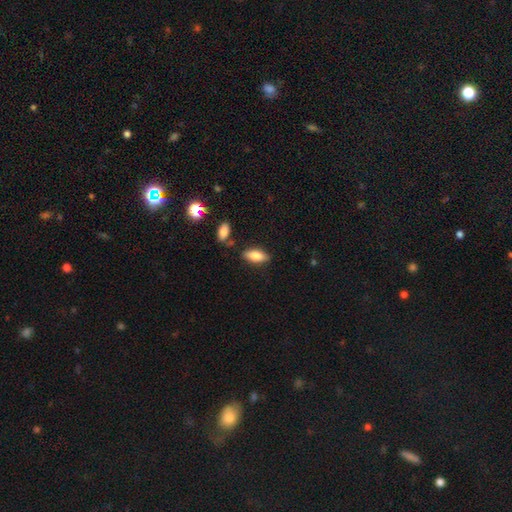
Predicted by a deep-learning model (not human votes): Smooth or featured? Predicted: smooth (p=0.79). How rounded? Predicted: in between (p=0.81). Merging? Predicted: none (p=0.79).